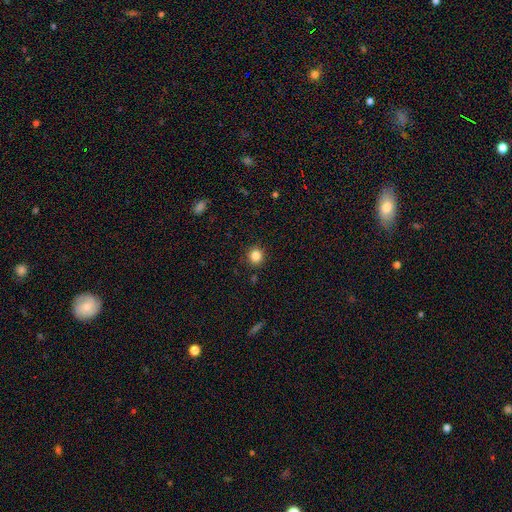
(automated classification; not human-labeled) smooth-or-featured: smooth: 84% | star or artifact: 11% | featured or disk: 4%
  how-rounded: round: 91% | in between: 8% | cigar-shaped: 1%
  merging: none: 90% | minor disturbance: 7% | major disturbance: 2% | merger: 1%